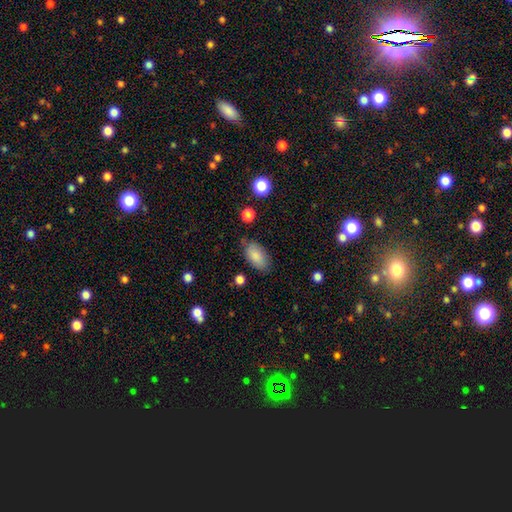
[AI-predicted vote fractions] This appears to be a smooth galaxy with no disk features (86%) that is in between round and cigar-shaped (93%). Merging: none (77%).